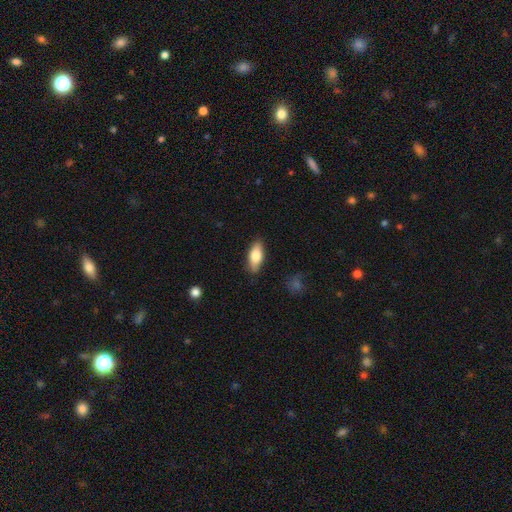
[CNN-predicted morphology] Smooth or featured? Predicted: smooth (p=0.78). How rounded? Predicted: in between (p=0.80). Merging? Predicted: none (p=0.86).